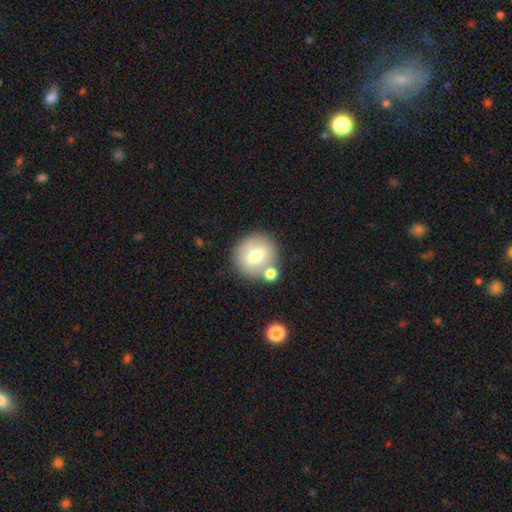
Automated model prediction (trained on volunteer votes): This appears to be a smooth galaxy with no disk features (66%) that is round (90%). Merging: none (67%).